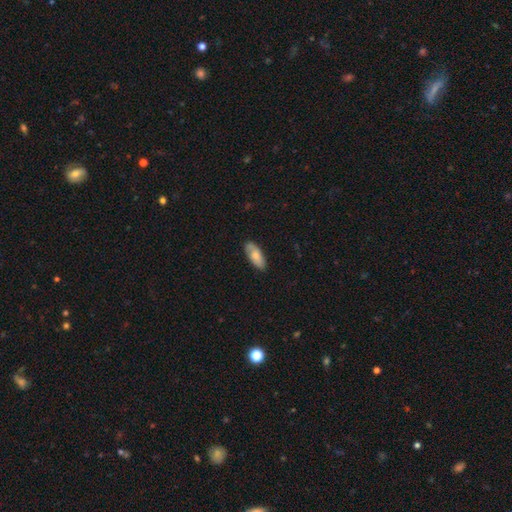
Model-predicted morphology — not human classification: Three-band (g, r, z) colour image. It shows a smooth galaxy with no disk features (69%) that is in between round and cigar-shaped (83%). Merging: none (78%).